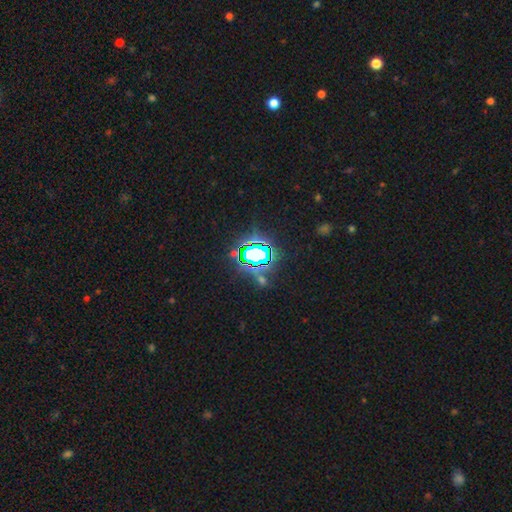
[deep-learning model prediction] Smooth or featured? star or artifact (76%)